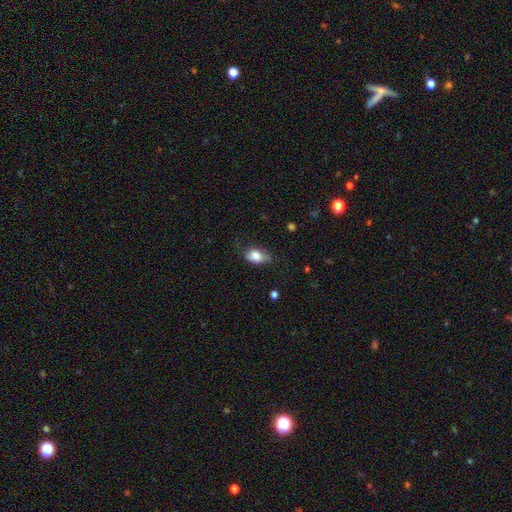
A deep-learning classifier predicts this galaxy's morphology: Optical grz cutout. It shows a smooth galaxy with no disk features (78%) that is in between round and cigar-shaped (82%). Merging: none (53%).